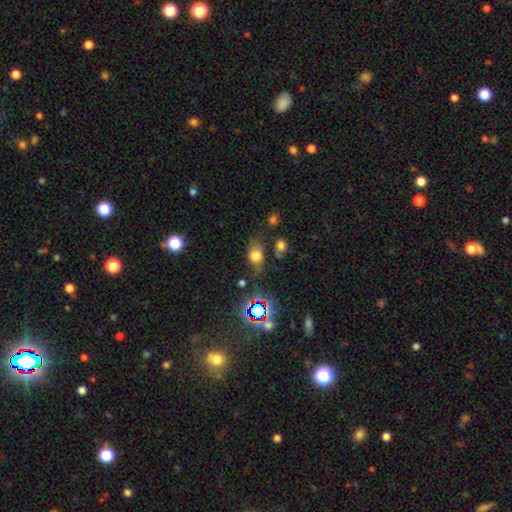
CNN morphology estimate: This appears to be a smooth galaxy with no disk features (61%) that is in between round and cigar-shaped (73%). Merging: none (59%).